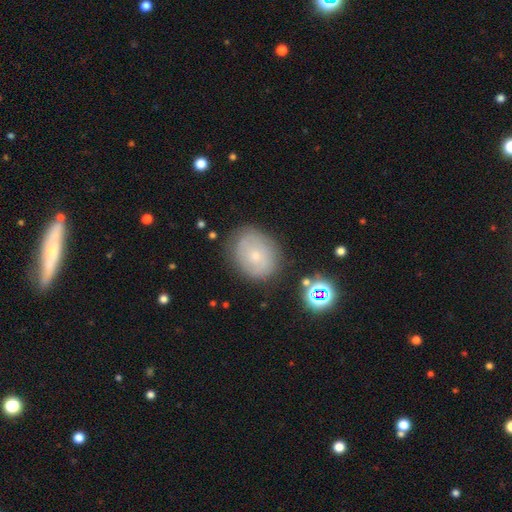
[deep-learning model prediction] A smooth galaxy with no disk features (48%).

Vote fractions:
- Smooth or featured? smooth: 48% / featured or disk: 41% / star or artifact: 11%
- Merging? none: 77% / minor disturbance: 15% / major disturbance: 5% / merger: 2%